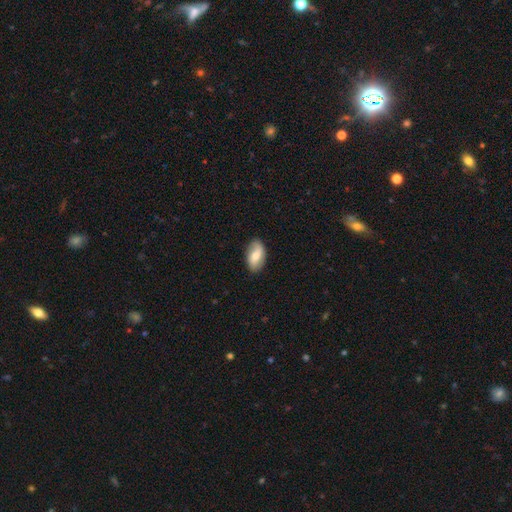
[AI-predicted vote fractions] smooth_or_featured: smooth (p=0.66) [alt: featured or disk p=0.28]
how_rounded: in between (p=0.93) [alt: round p=0.04]
merging: none (p=0.84) [alt: minor disturbance p=0.13]